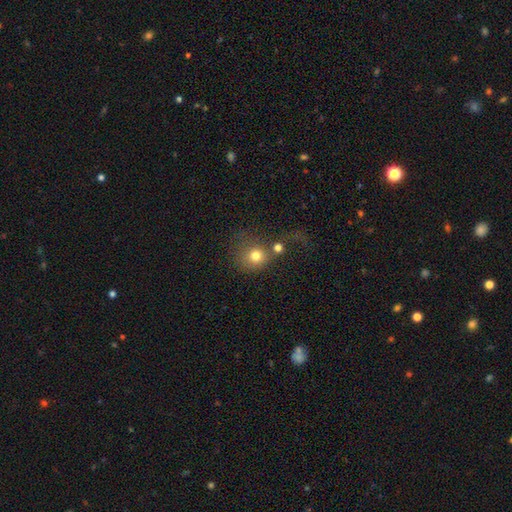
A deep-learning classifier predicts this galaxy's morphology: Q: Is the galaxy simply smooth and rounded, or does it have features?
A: smooth — 74%.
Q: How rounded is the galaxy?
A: round — 84%.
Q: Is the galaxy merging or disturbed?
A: merger — 37%, tied with none.